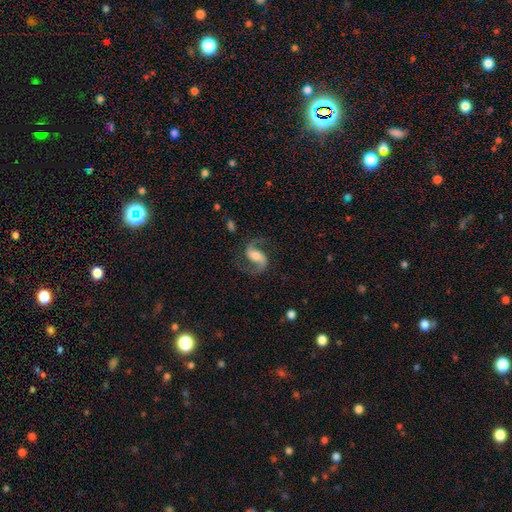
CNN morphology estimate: Smooth or featured?
  - featured or disk: 89% *
  - smooth: 6%
  - star or artifact: 5%
Edge-on disk?
  - no: 98% *
  - yes: 2%
Bar?
  - weak: 39% *
  - no: 31%
  - strong: 29%
Spiral arms?
  - yes: 98% *
  - no: 2%
Spiral winding?
  - medium: 48% *
  - loose: 43%
  - tight: 9%
Spiral arm count?
  - 2: 94% *
  - 1: 2%
  - can't tell: 2%
  - 3: 1%
  - 4: 1%
  - more than 4: 1%
Bulge size?
  - moderate: 55% *
  - small: 28%
  - large: 12%
  - none: 4%
  - dominant: 2%
Merging?
  - none: 78% *
  - minor disturbance: 13%
  - major disturbance: 8%
  - merger: 1%